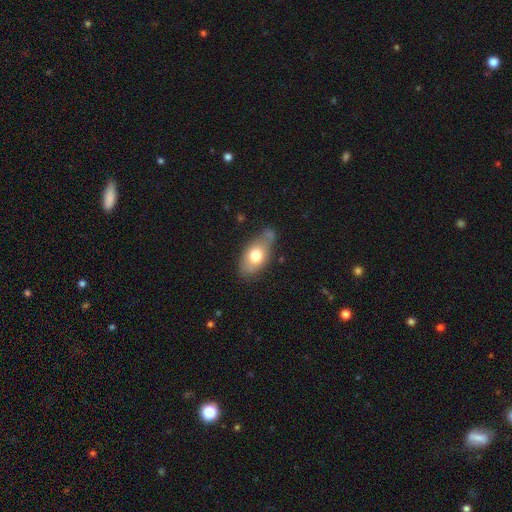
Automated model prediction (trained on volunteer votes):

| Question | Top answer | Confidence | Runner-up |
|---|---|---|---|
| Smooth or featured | smooth | 68% | featured or disk (25%) |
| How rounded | in between | 85% | round (9%) |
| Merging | none | 56% | minor disturbance (27%) |